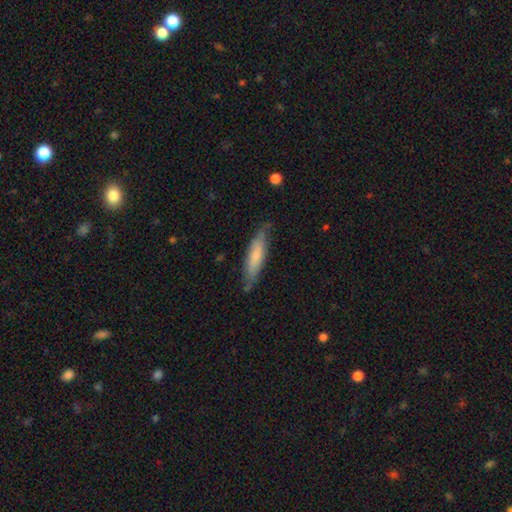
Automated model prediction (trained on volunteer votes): Smooth or featured? smooth (71%)
How rounded? cigar-shaped (77%)
Merging? none (77%)